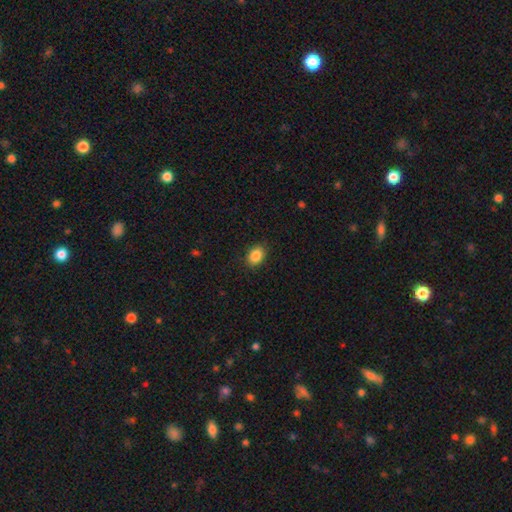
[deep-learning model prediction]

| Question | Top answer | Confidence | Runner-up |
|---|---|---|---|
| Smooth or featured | smooth | 88% | star or artifact (8%) |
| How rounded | in between | 75% | round (24%) |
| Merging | none | 87% | minor disturbance (10%) |